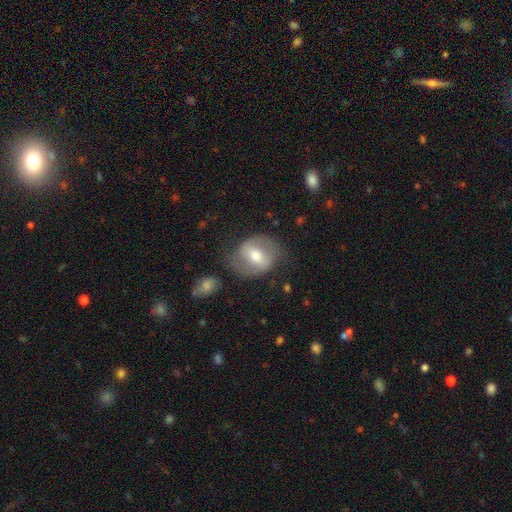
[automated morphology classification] The model was most divided on "bar": weak: 42%, strong: 40%, no: 18%. More confident: edge-on disk — no (95%); merging — none (69%); spiral arms — yes (69%); bulge size — moderate (68%); smooth or featured — featured or disk (58%).